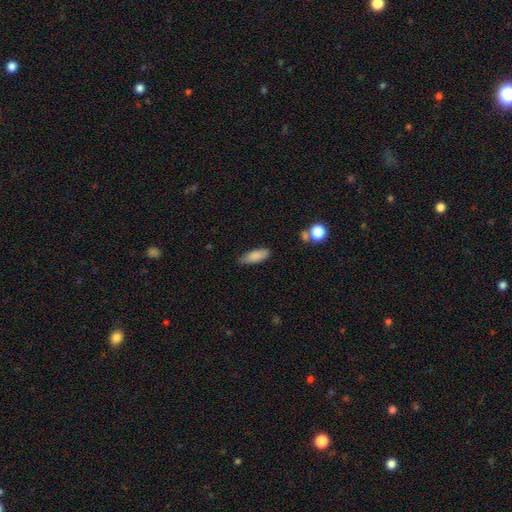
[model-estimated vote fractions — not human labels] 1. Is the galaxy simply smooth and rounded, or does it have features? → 86% smooth, 7% featured or disk, 7% star or artifact.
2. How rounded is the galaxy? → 65% in between, 33% cigar-shaped, 2% round.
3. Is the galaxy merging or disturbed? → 77% none, 17% minor disturbance, 3% major disturbance, 2% merger.